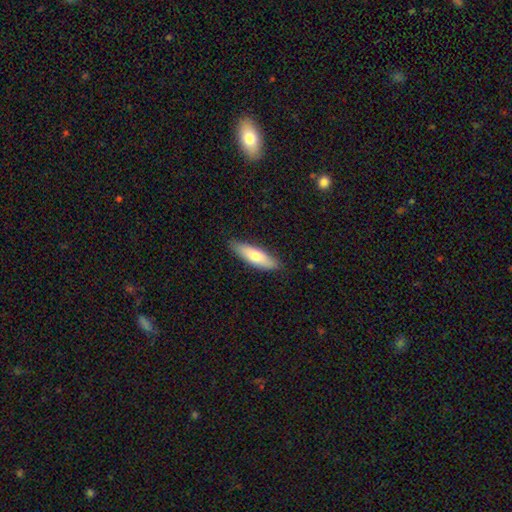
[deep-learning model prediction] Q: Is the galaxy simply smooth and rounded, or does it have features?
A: smooth — 68%.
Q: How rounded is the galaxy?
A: cigar-shaped — 53%.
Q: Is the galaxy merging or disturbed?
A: none — 86%.